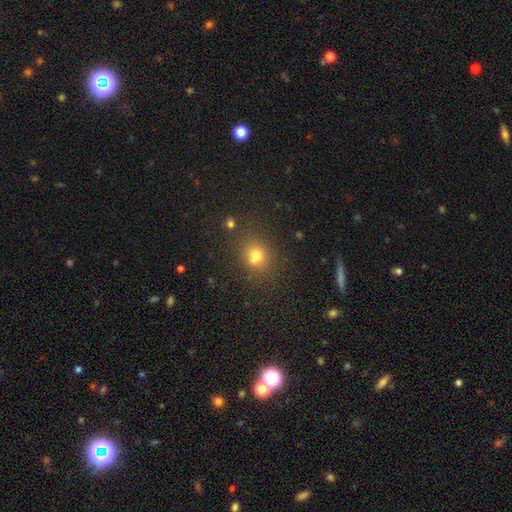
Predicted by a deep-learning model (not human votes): Q: Smooth or featured?
A: smooth (71%); runner-up: star or artifact (19%)
Q: How rounded?
A: round (69%); runner-up: in between (30%)
Q: Merging?
A: none (61%); runner-up: merger (21%)